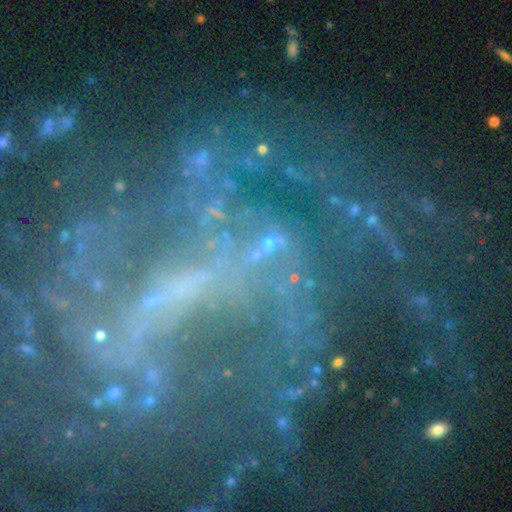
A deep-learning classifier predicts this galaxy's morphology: smooth-or-featured: star or artifact: 51% | featured or disk: 36% | smooth: 13%